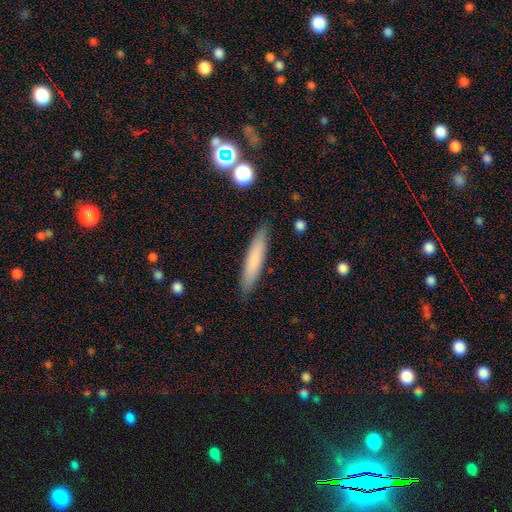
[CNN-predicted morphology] Overall: smooth (75%). How rounded: cigar-shaped (89%). Merging: none (89%).